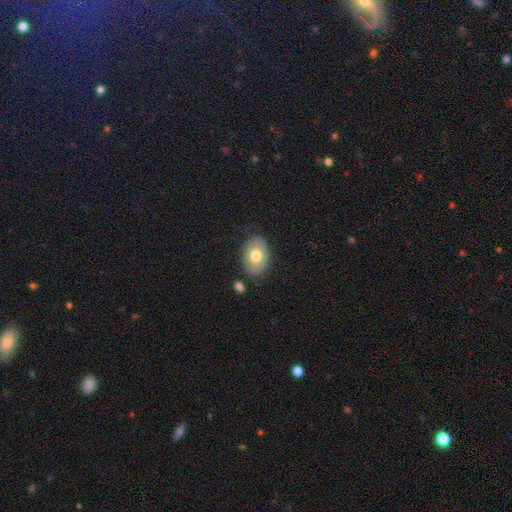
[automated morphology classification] Smooth or featured? Predicted: smooth (p=0.70). How rounded? Predicted: in between (p=0.81). Merging? Predicted: none (p=0.78).